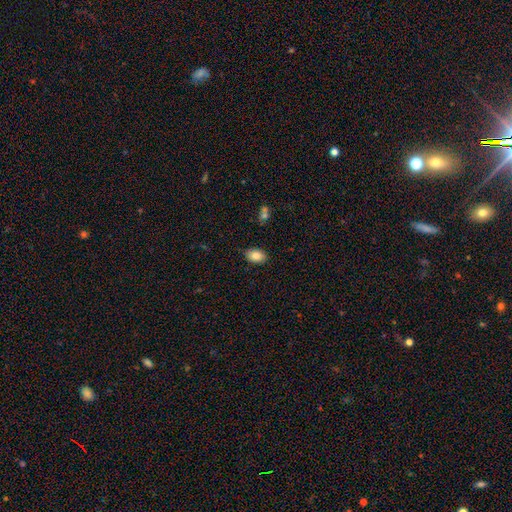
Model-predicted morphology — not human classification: Q: Smooth or featured?
A: smooth (85%); runner-up: star or artifact (8%)
Q: How rounded?
A: in between (86%); runner-up: round (12%)
Q: Merging?
A: none (86%); runner-up: minor disturbance (10%)